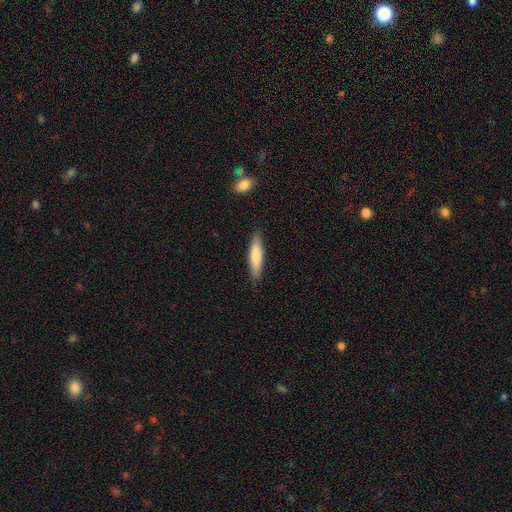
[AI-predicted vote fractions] Smooth or featured? Predicted: smooth (p=0.77). How rounded? Predicted: cigar-shaped (p=0.76). Merging? Predicted: none (p=0.86).